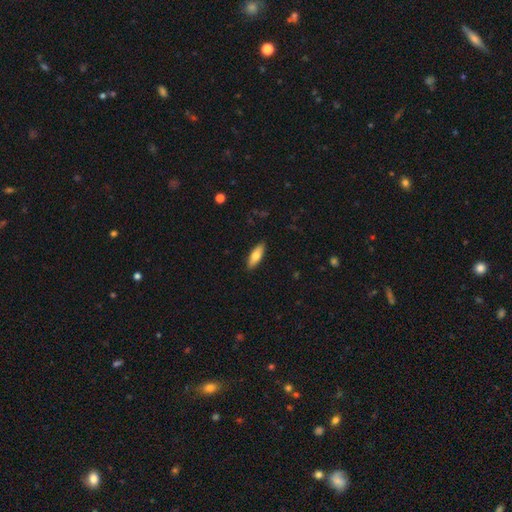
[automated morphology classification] This is likely a smooth galaxy (71%). How rounded: possibly in between (58%). Merging: clearly none (90%).